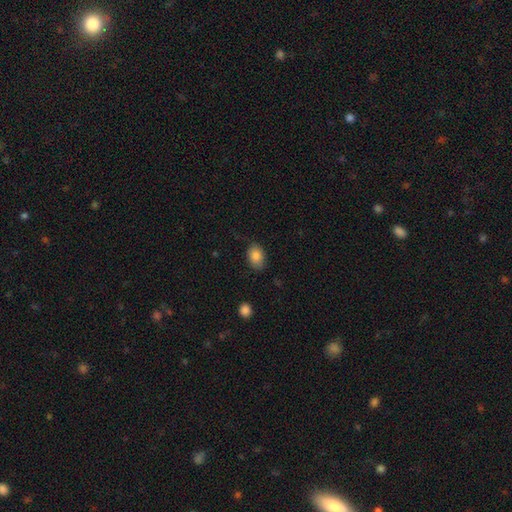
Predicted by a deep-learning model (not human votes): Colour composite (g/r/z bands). It shows a smooth galaxy with no disk features (85%) that is in between round and cigar-shaped (78%). Merging: none (78%).